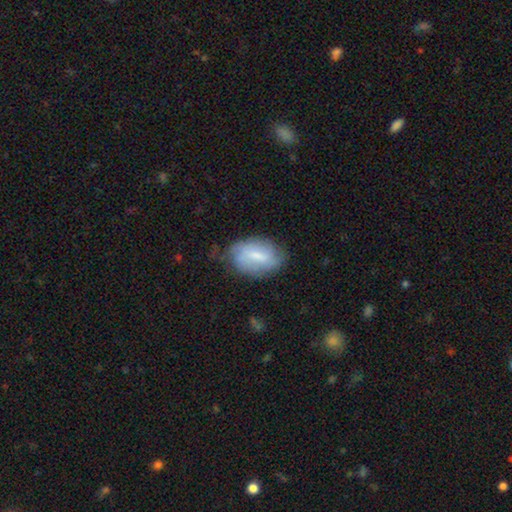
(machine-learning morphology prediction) The model was most divided on "smooth or featured": smooth: 54%, featured or disk: 39%, star or artifact: 7%. More confident: how rounded — in between (85%); merging — none (60%).